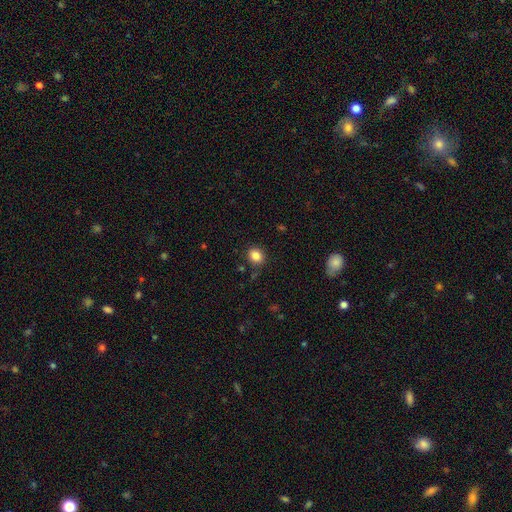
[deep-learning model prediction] Smooth or featured? smooth (84%)
How rounded? round (60%)
Merging? none (85%)